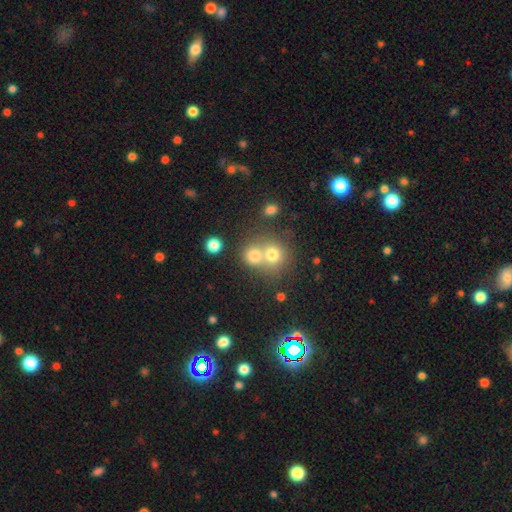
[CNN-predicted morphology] This is likely a smooth galaxy (69%). How rounded: clearly round (81%). Merging: possibly merger (53%).